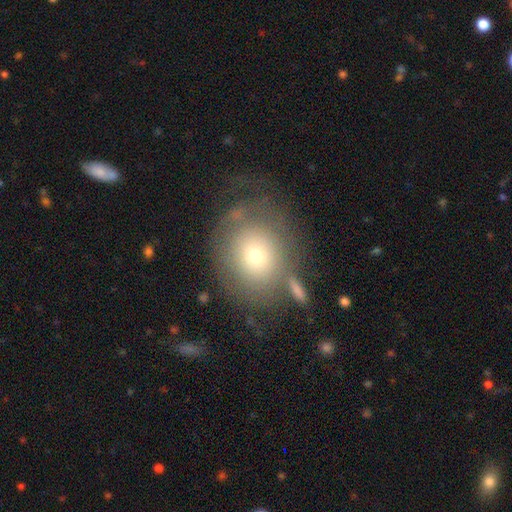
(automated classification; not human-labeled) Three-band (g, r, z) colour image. It shows a smooth galaxy with no disk features (64%) that is round (69%). Merging: none (60%).